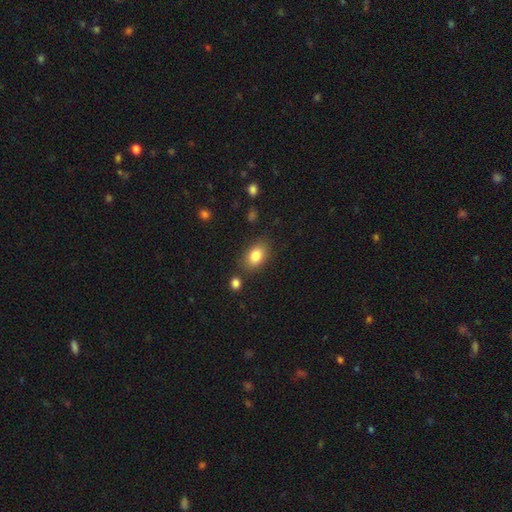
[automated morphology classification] Smooth or featured? Predicted: smooth (p=0.84). How rounded? Predicted: in between (p=0.83). Merging? Predicted: none (p=0.79).